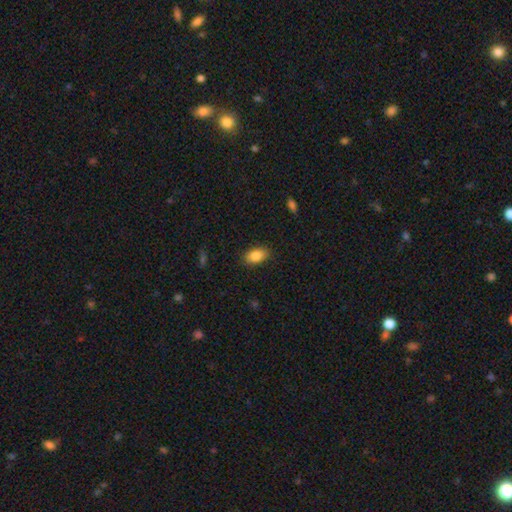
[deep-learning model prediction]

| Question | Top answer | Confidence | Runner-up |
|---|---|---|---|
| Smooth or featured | smooth | 87% | star or artifact (7%) |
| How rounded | in between | 92% | round (6%) |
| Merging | none | 85% | minor disturbance (11%) |